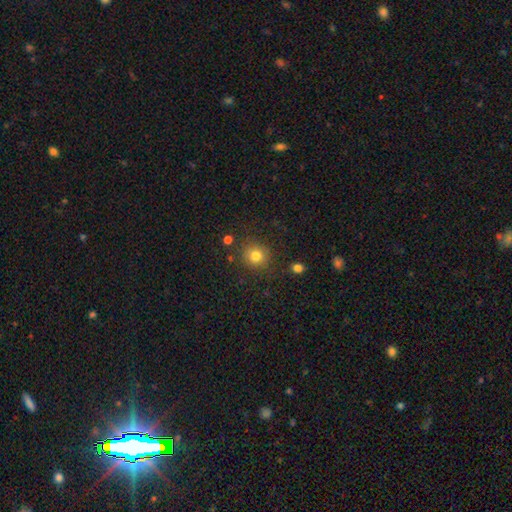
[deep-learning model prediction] The model was most divided on "smooth or featured": smooth: 81%, star or artifact: 13%, featured or disk: 6%. More confident: how rounded — round (90%); merging — none (86%).